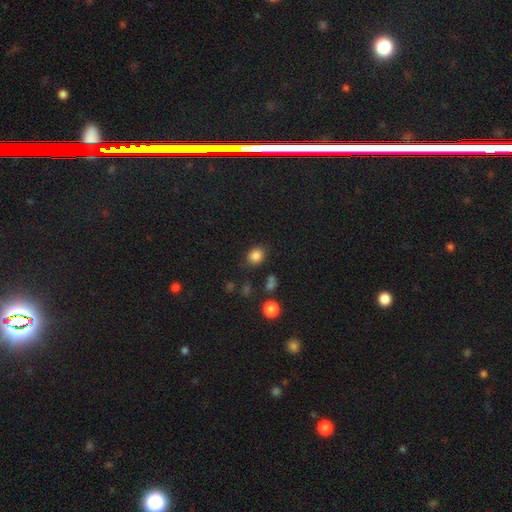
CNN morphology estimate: type=smooth (84%); roundness=round (64%); merging=none (81%).